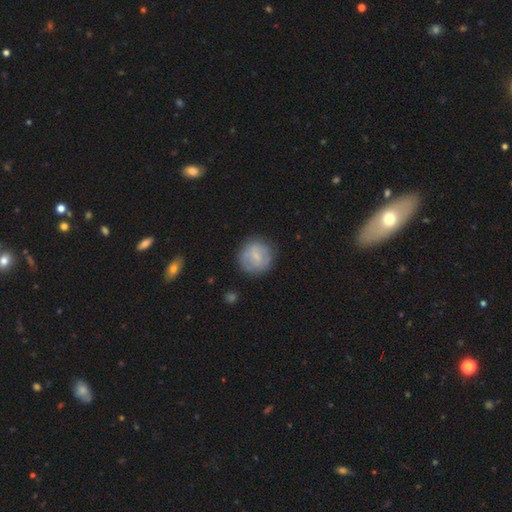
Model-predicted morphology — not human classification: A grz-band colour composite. It shows a smooth galaxy with no disk features (55%) that is round (89%). Merging: none (76%).